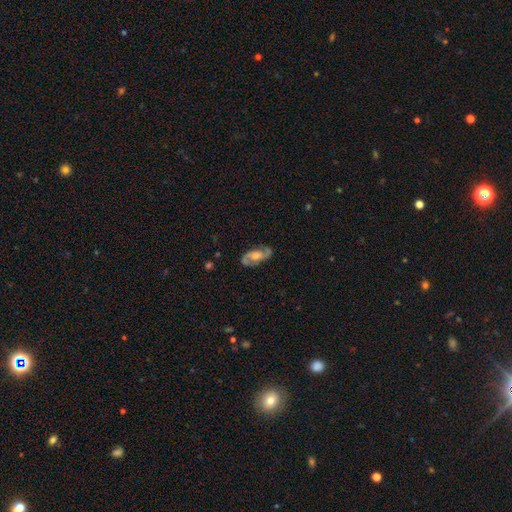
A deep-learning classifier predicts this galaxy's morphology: Smooth or featured: featured or disk — 83% (smooth — 11%)
Edge-on disk: no — 95% (yes — 5%)
Bar: no — 50% (weak — 38%)
Spiral arms: yes — 94% (no — 6%)
Spiral winding: medium — 53% (tight — 27%)
Spiral arm count: 2 — 92% (can't tell — 4%)
Bulge size: moderate — 59% (small — 19%)
Merging: none — 84% (minor disturbance — 12%)